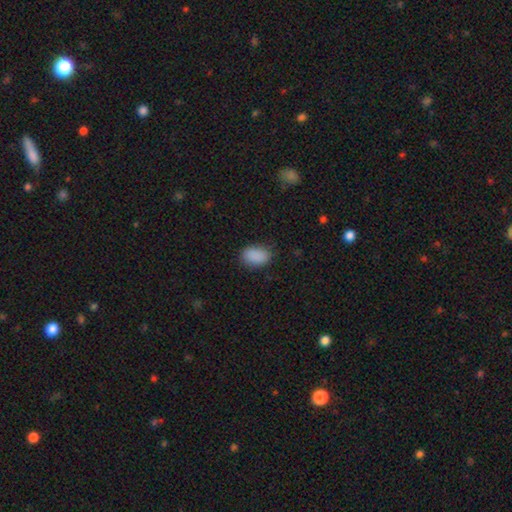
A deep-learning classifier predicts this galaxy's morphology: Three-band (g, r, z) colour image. It shows a smooth galaxy with no disk features (89%) that is in between round and cigar-shaped (87%). Merging: none (80%).